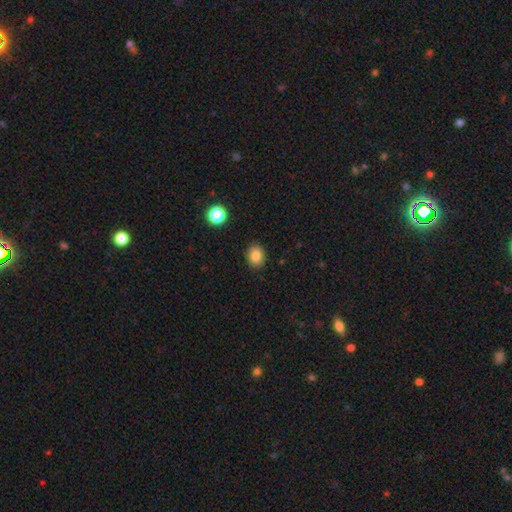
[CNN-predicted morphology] Smooth or featured? Predicted: smooth (p=0.83). How rounded? Predicted: round (p=0.53). Merging? Predicted: none (p=0.89).